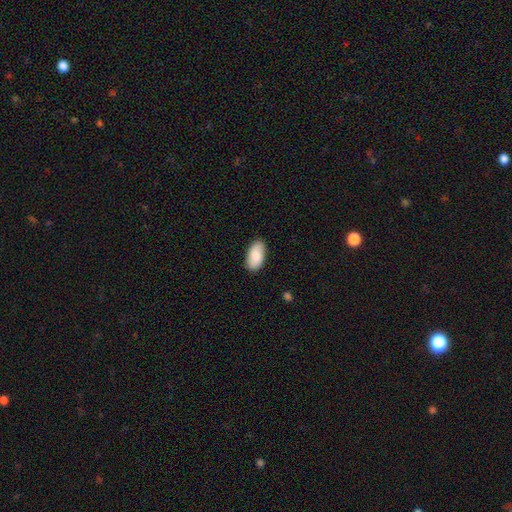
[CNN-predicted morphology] Smooth or featured? smooth (84%)
How rounded? in between (95%)
Merging? none (86%)